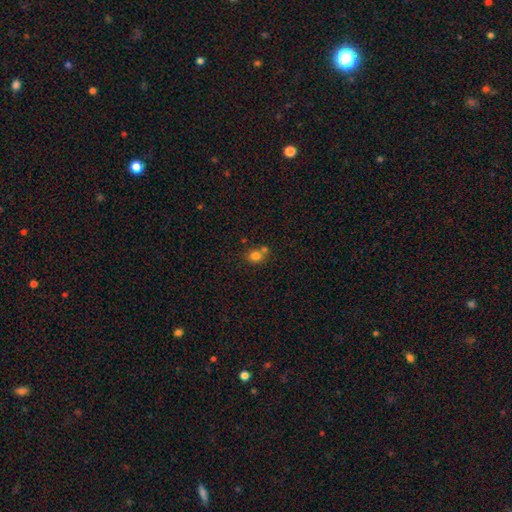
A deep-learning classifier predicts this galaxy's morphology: Smooth or featured? smooth (79%)
How rounded? round (66%)
Merging? none (49%)